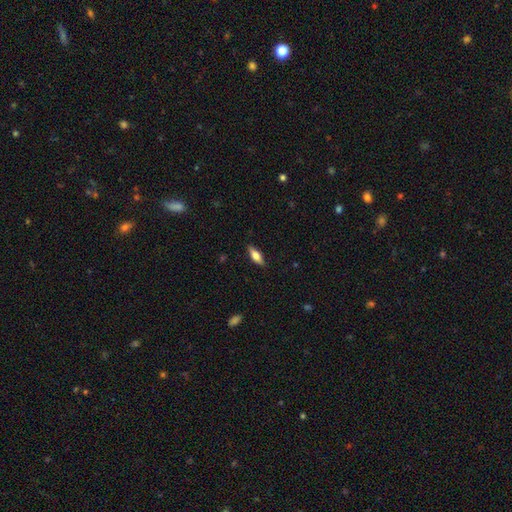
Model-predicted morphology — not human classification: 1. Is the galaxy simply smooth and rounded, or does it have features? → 62% smooth, 32% featured or disk, 7% star or artifact.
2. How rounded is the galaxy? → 64% in between, 33% cigar-shaped, 3% round.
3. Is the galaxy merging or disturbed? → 86% none, 11% minor disturbance, 2% major disturbance, 1% merger.